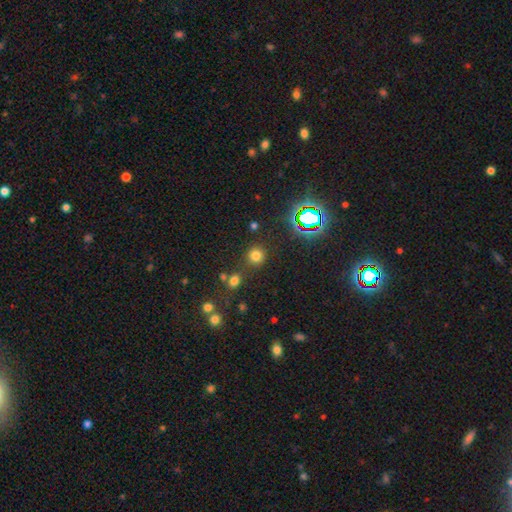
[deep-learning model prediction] This appears to be a smooth galaxy with no disk features (72%) that is round (91%). Merging: none (81%).